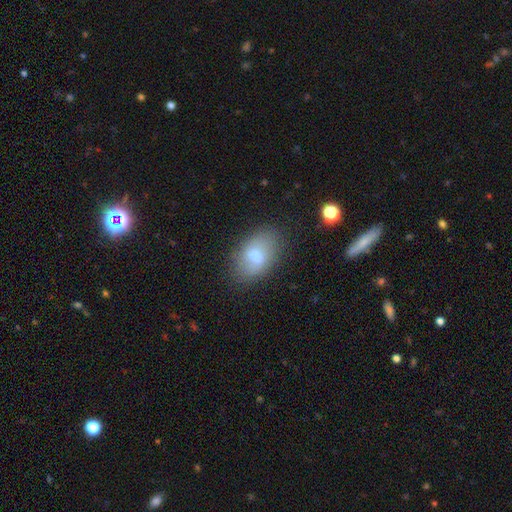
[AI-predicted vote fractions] smooth_or_featured: smooth (p=0.69) [alt: featured or disk p=0.22]
how_rounded: in between (p=0.89) [alt: round p=0.09]
merging: none (p=0.69) [alt: minor disturbance p=0.20]